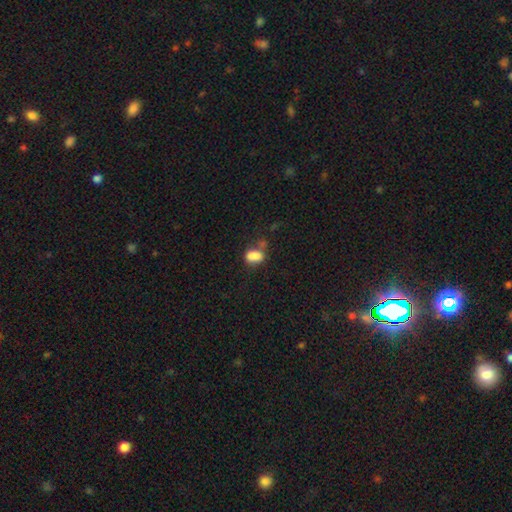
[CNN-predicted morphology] Overall: smooth (81%). How rounded: in between (79%). Merging: none (43%; merger 24%).